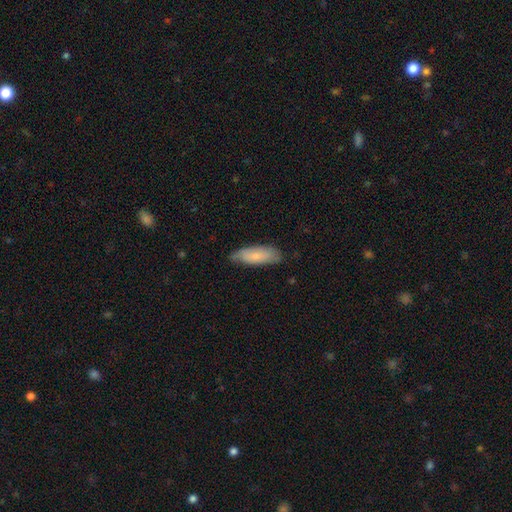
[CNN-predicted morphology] A smooth galaxy with no disk features (74%) that is in between round and cigar-shaped (64%). Merging: none (74%).